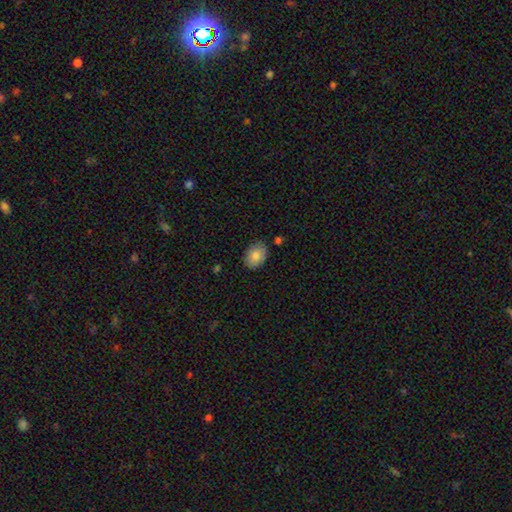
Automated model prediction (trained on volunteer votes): smooth-or-featured: smooth: 84% | featured or disk: 8% | star or artifact: 7%
  how-rounded: in between: 75% | round: 24% | cigar-shaped: 1%
  merging: none: 82% | minor disturbance: 13% | major disturbance: 3% | merger: 2%